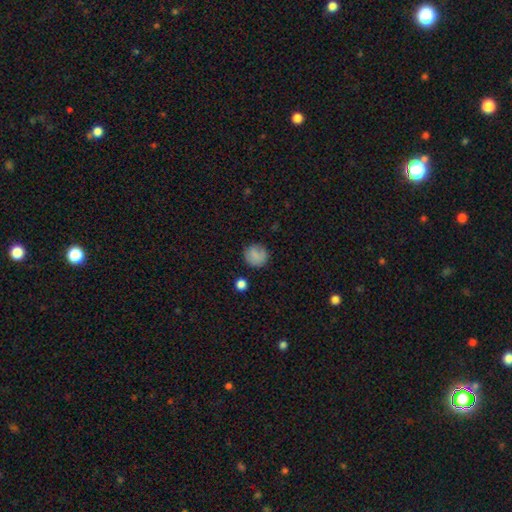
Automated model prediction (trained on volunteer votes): Smooth or featured: smooth — 81% (star or artifact — 10%)
How rounded: round — 89% (in between — 10%)
Merging: none — 82% (minor disturbance — 13%)